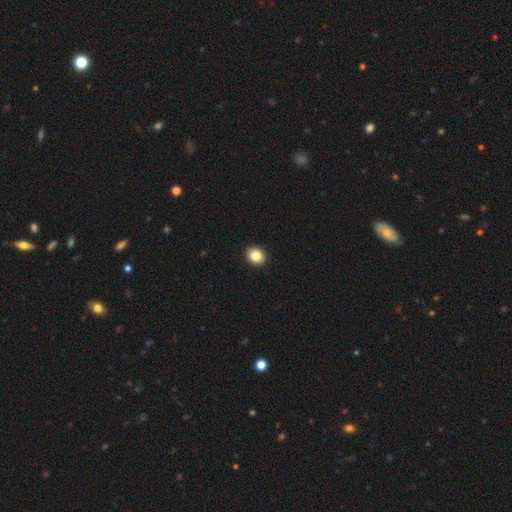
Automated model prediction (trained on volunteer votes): Smooth or featured?
  - smooth: 85% *
  - star or artifact: 9%
  - featured or disk: 6%
How rounded?
  - round: 58% *
  - in between: 41%
  - cigar-shaped: 1%
Merging?
  - none: 93% *
  - minor disturbance: 5%
  - major disturbance: 1%
  - merger: 1%